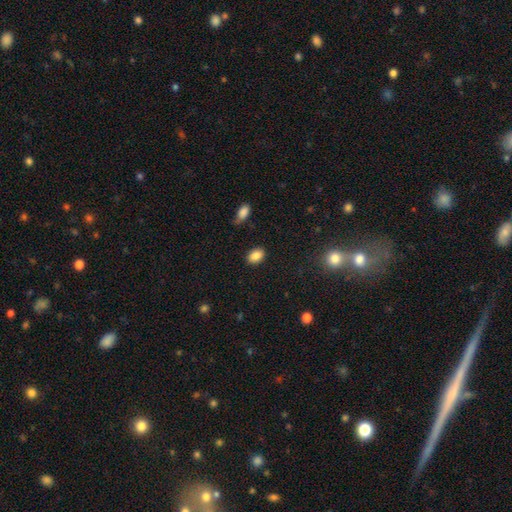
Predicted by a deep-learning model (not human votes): Overall: smooth (86%). How rounded: in between (76%). Merging: none (86%).